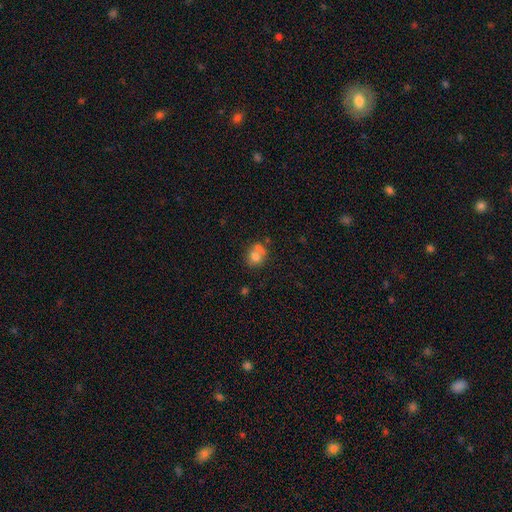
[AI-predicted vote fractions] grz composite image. It shows a smooth galaxy with no disk features (70%) that is round (56%). Merging: none (38%).